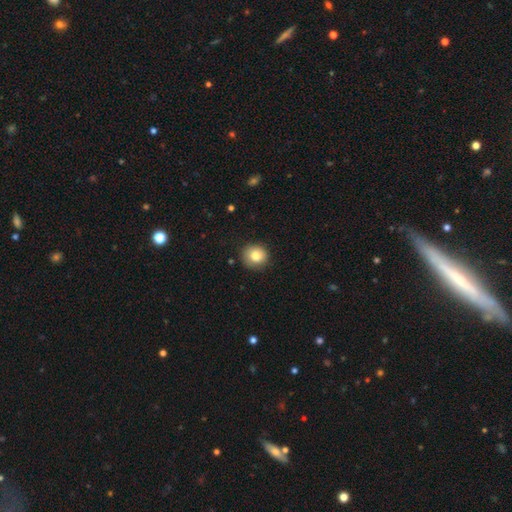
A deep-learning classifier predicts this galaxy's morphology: This is clearly a smooth galaxy (82%). How rounded: clearly round (89%). Merging: clearly none (87%).